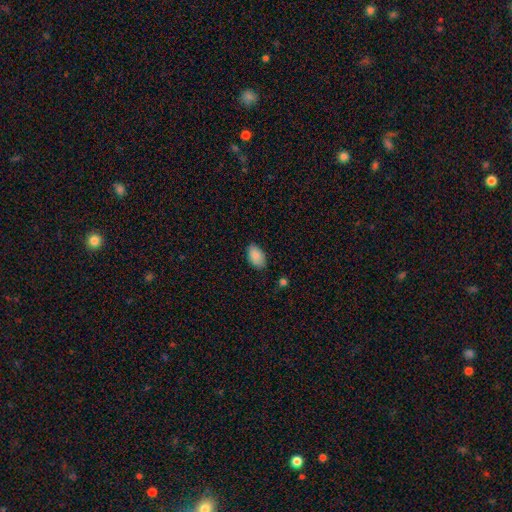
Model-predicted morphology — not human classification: This is clearly a smooth galaxy (88%). How rounded: clearly in between (93%). Merging: clearly none (81%).